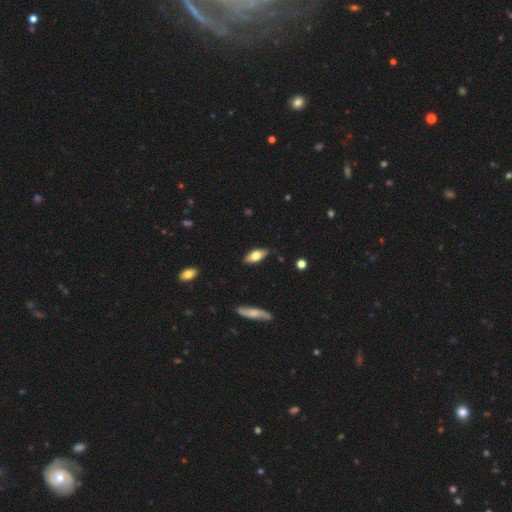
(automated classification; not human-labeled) smooth-or-featured: smooth: 62% | featured or disk: 32% | star or artifact: 6%
  how-rounded: in between: 78% | cigar-shaped: 19% | round: 3%
  merging: none: 81% | minor disturbance: 15% | major disturbance: 2% | merger: 2%